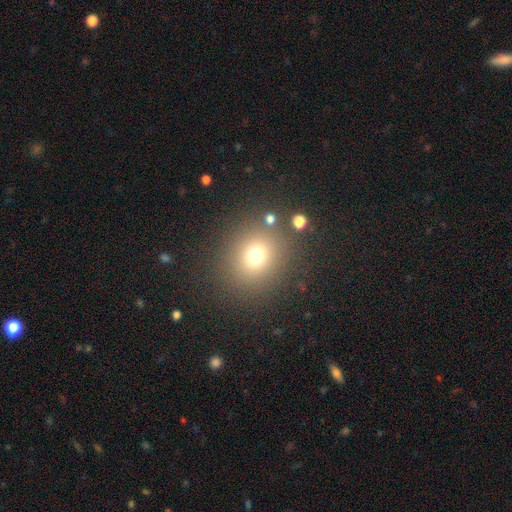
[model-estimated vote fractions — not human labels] A smooth galaxy with no disk features (71%) that is round (83%).

Vote fractions:
- Smooth or featured? smooth: 71% / star or artifact: 19% / featured or disk: 10%
- How rounded? round: 83% / in between: 16% / cigar-shaped: 1%
- Merging? none: 83% / minor disturbance: 8% / major disturbance: 5% / merger: 4%